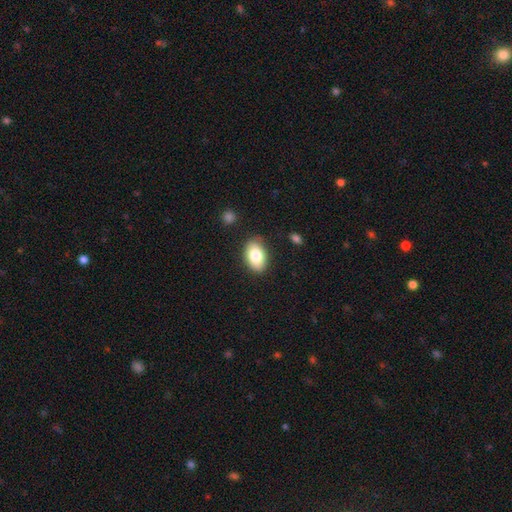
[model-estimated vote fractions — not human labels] Smooth or featured? smooth (82%)
How rounded? in between (91%)
Merging? none (83%)